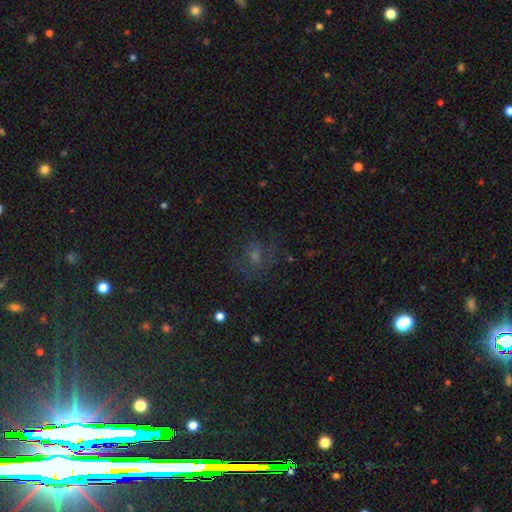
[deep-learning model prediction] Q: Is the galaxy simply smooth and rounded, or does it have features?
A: smooth — 41%.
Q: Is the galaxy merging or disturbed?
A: none — 61%.